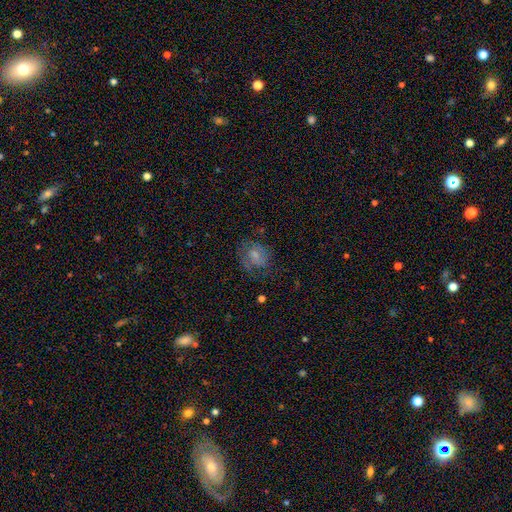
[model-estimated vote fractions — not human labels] Smooth or featured? Predicted: smooth (p=0.57). How rounded? Predicted: round (p=0.60). Merging? Predicted: none (p=0.54).